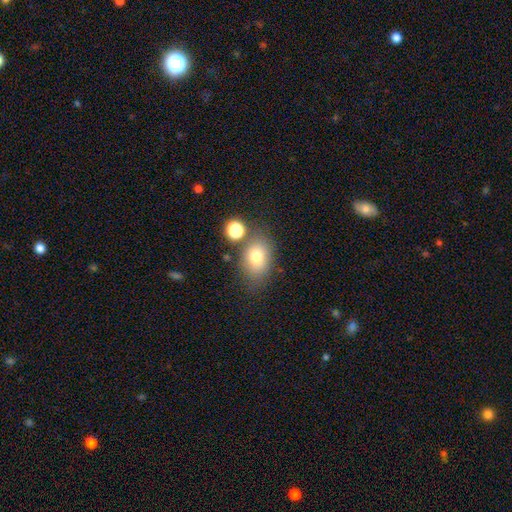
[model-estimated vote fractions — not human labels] A smooth galaxy with no disk features (75%) that is in between round and cigar-shaped (74%). Merging: none (70%).